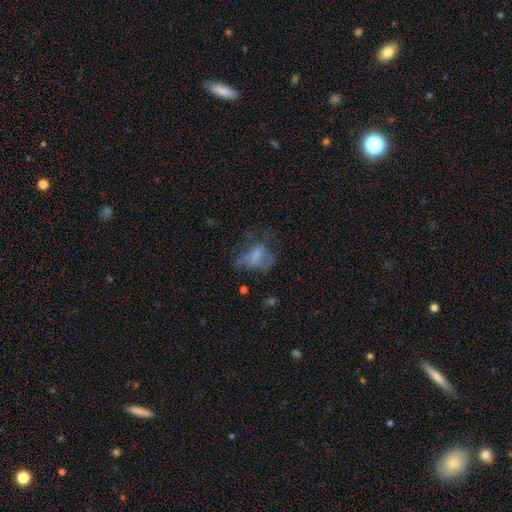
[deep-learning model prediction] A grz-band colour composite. It shows a smooth galaxy with no disk features (51%) that is in between round and cigar-shaped (76%). Merging: major disturbance (41%).